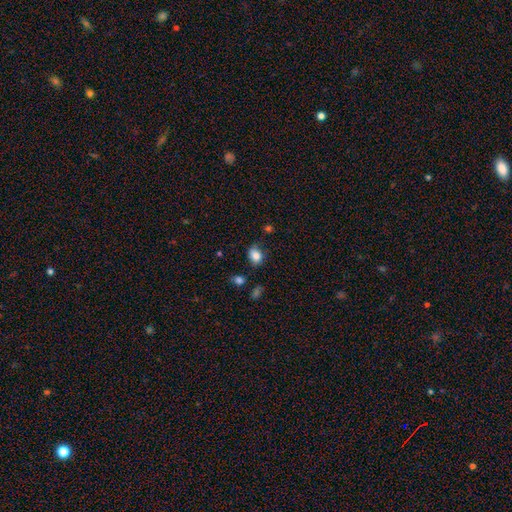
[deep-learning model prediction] This is clearly a smooth galaxy (82%). How rounded: likely in between (67%). Merging: likely none (67%).